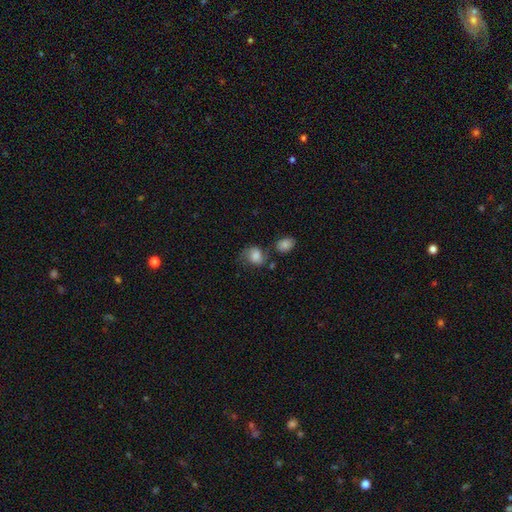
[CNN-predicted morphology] Smooth or featured?
  - smooth: 69% *
  - featured or disk: 21%
  - star or artifact: 9%
How rounded?
  - in between: 51% *
  - round: 48%
  - cigar-shaped: 1%
Merging?
  - none: 46% *
  - minor disturbance: 26%
  - major disturbance: 14%
  - merger: 13%